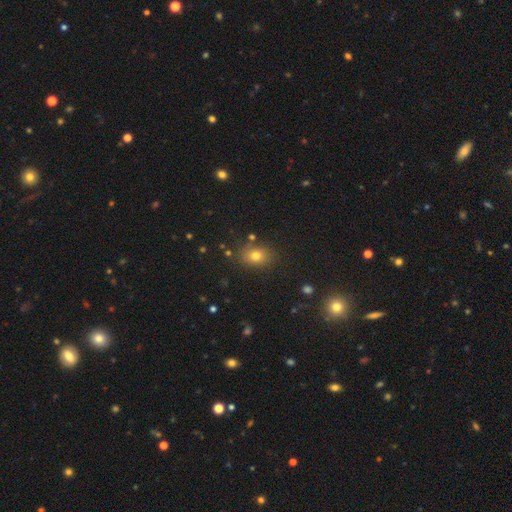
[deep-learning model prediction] smooth_or_featured: smooth (p=0.75) [alt: star or artifact p=0.15]
how_rounded: in between (p=0.59) [alt: round p=0.39]
merging: none (p=0.81) [alt: minor disturbance p=0.12]